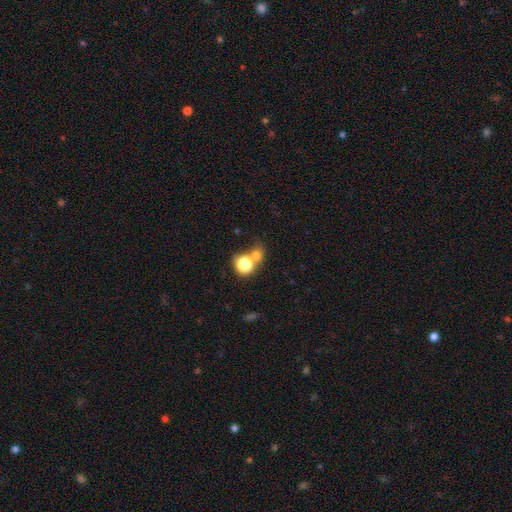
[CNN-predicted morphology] smooth-or-featured: smooth: 68% | star or artifact: 22% | featured or disk: 9%
  how-rounded: round: 77% | in between: 21% | cigar-shaped: 1%
  merging: none: 50% | merger: 37% | minor disturbance: 8% | major disturbance: 5%